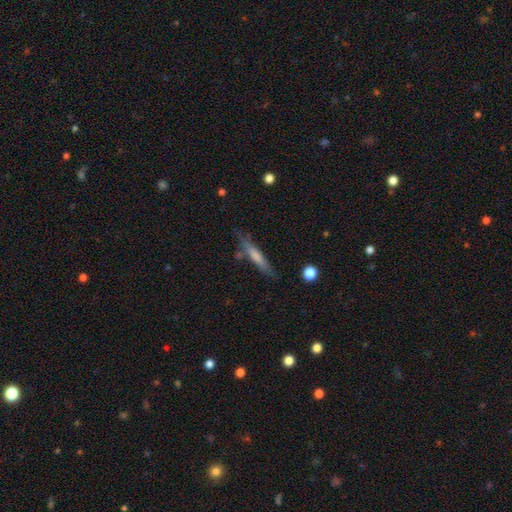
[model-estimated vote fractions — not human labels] Morphology: type=smooth (62%); roundness=cigar-shaped (90%); merging=none (73%).